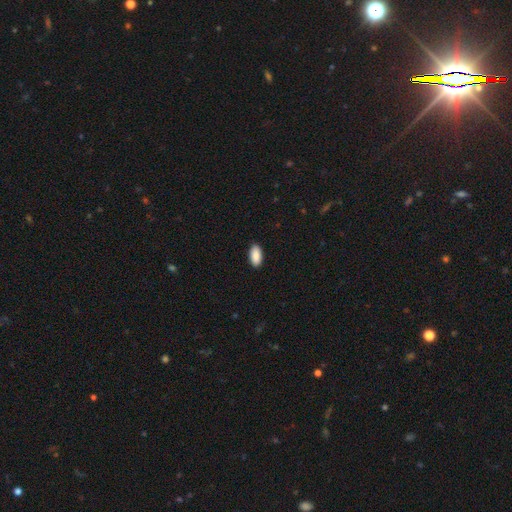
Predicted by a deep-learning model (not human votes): Morphology: type=smooth (90%); roundness=in between (93%); merging=none (90%).